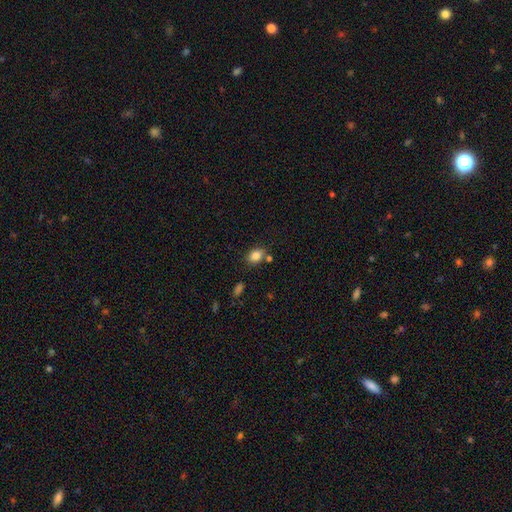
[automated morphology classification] Q: Smooth or featured?
A: smooth (84%); runner-up: star or artifact (10%)
Q: How rounded?
A: in between (72%); runner-up: round (27%)
Q: Merging?
A: none (73%); runner-up: minor disturbance (14%)